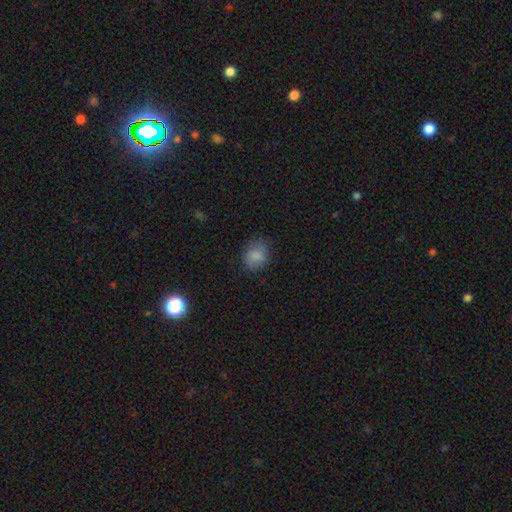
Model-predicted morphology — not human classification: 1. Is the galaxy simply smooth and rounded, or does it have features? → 82% smooth, 9% star or artifact, 9% featured or disk.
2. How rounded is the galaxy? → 59% round, 40% in between, 1% cigar-shaped.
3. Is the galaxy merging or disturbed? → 74% none, 19% minor disturbance, 6% major disturbance, 1% merger.